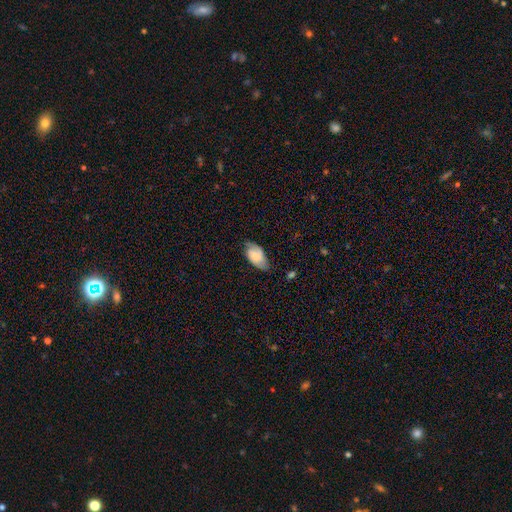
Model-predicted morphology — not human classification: A smooth galaxy with no disk features (56%) that is in between round and cigar-shaped (93%).

Vote fractions:
- Smooth or featured? smooth: 56% / featured or disk: 36% / star or artifact: 8%
- How rounded? in between: 93% / round: 4% / cigar-shaped: 3%
- Merging? none: 60% / minor disturbance: 30% / major disturbance: 8% / merger: 2%